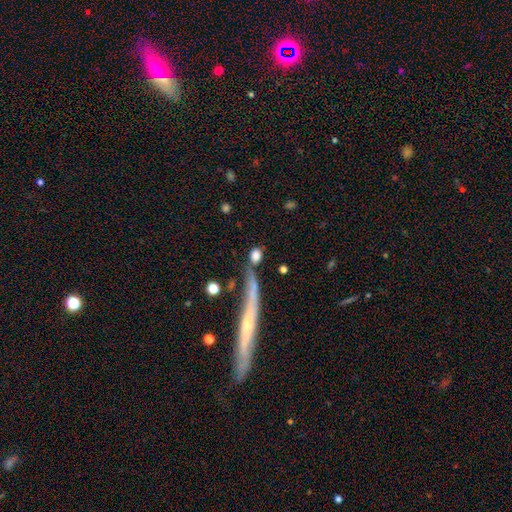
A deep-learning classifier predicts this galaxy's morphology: smooth-or-featured: smooth: 79% | featured or disk: 11% | star or artifact: 10%
  how-rounded: round: 59% | in between: 26% | cigar-shaped: 15%
  merging: none: 64% | merger: 16% | minor disturbance: 13% | major disturbance: 8%